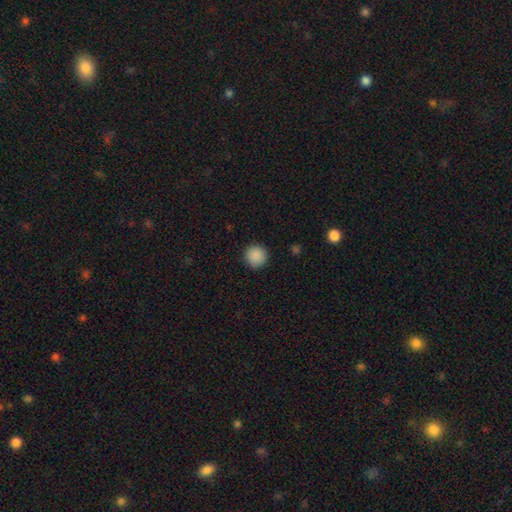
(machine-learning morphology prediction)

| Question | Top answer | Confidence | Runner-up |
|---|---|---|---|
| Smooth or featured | smooth | 89% | star or artifact (8%) |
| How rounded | round | 95% | in between (4%) |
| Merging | none | 92% | minor disturbance (6%) |